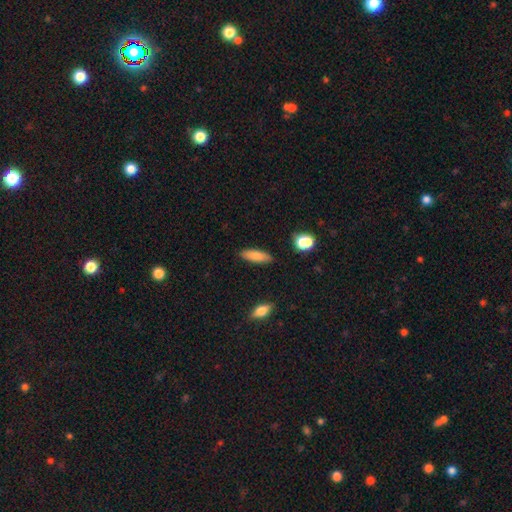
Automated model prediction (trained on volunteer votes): Smooth or featured?
  - smooth: 83% *
  - featured or disk: 10%
  - star or artifact: 7%
How rounded?
  - in between: 58% *
  - cigar-shaped: 39%
  - round: 2%
Merging?
  - none: 86% *
  - minor disturbance: 10%
  - major disturbance: 2%
  - merger: 2%